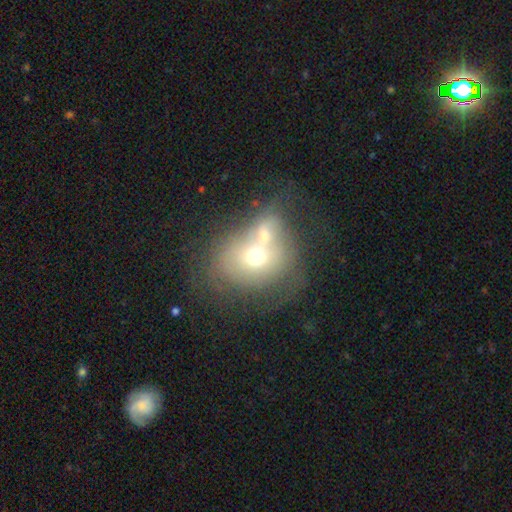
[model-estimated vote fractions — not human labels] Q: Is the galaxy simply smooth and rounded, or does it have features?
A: smooth — 55%.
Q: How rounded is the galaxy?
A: round — 61%.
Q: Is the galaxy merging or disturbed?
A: merger — 62%.